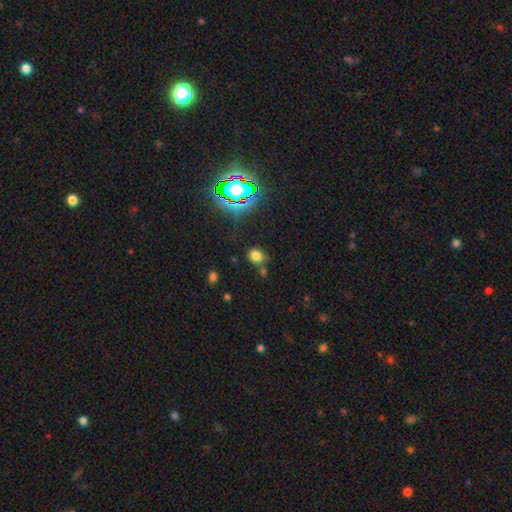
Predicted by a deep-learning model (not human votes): A smooth galaxy with no disk features (72%) that is round (55%). Merging: none (64%).